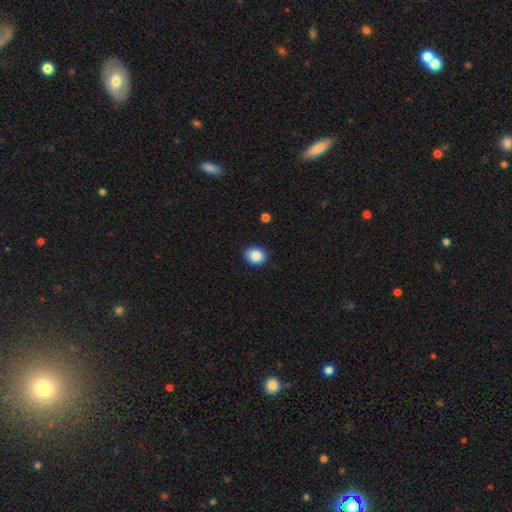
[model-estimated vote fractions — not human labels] Overall: smooth (87%). How rounded: round (53%; in between 46%). Merging: none (87%).